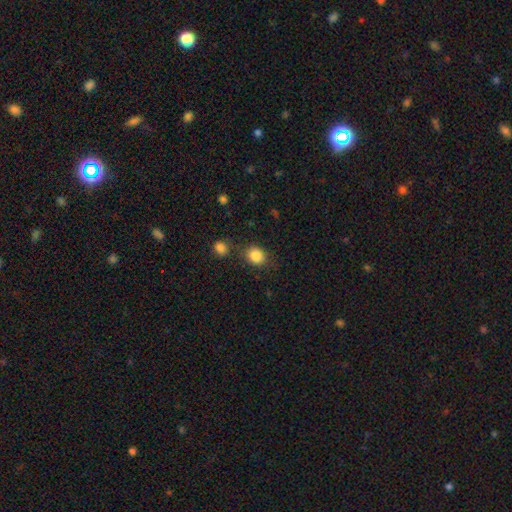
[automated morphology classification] A smooth galaxy with no disk features (85%) that is round (62%). Merging: none (75%).